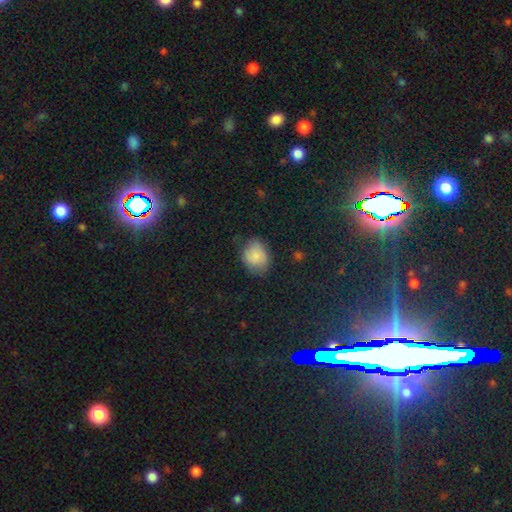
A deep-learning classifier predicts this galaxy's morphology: This appears to be a smooth galaxy with no disk features (81%) that is in between round and cigar-shaped (50%). Merging: none (64%).